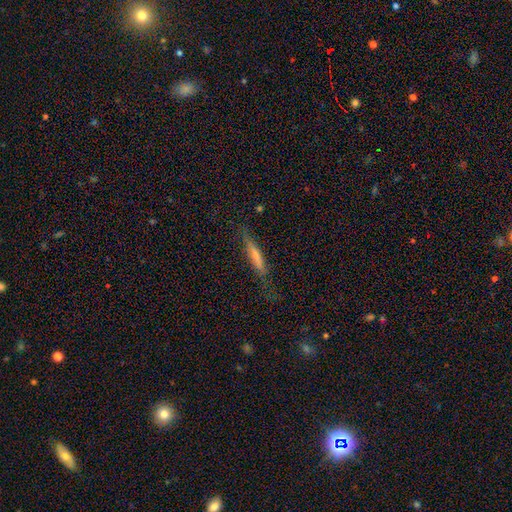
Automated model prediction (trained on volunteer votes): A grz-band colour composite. It shows a featured or disk galaxy (50%). Merging: none (72%).